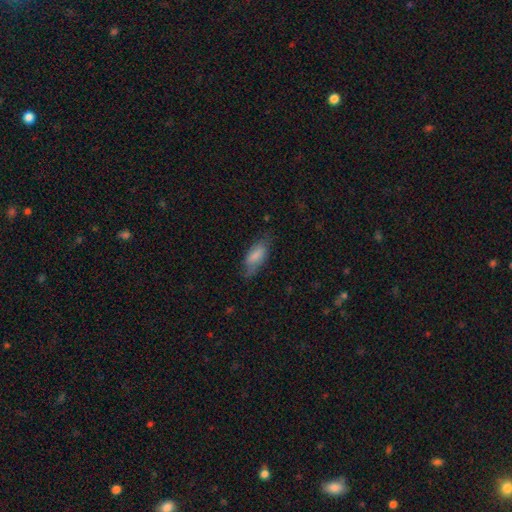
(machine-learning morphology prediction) smooth 77%, featured or disk 17%, star or artifact 7%. Down the decision tree: how rounded — in between (82%); merging — none (61%).